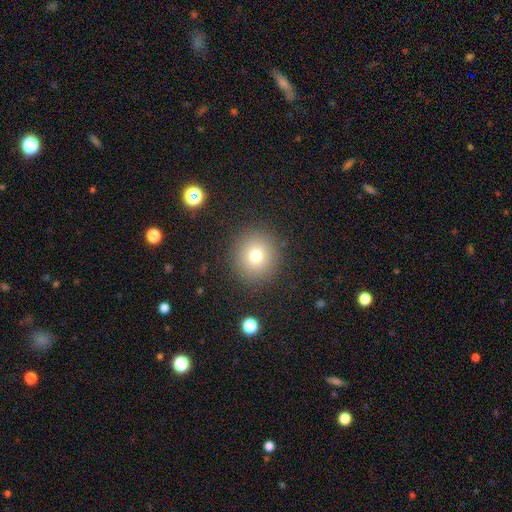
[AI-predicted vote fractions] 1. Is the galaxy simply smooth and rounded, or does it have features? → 75% smooth, 15% star or artifact, 11% featured or disk.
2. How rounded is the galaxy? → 92% round, 7% in between, 1% cigar-shaped.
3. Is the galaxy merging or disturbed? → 89% none, 7% minor disturbance, 3% major disturbance, 1% merger.